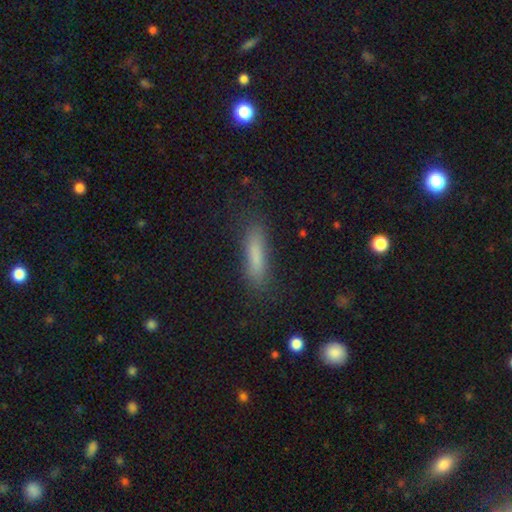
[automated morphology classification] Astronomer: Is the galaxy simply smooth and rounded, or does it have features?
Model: smooth — 79%.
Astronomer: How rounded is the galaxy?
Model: cigar-shaped — 77%.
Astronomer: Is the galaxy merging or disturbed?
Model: none — 78%.